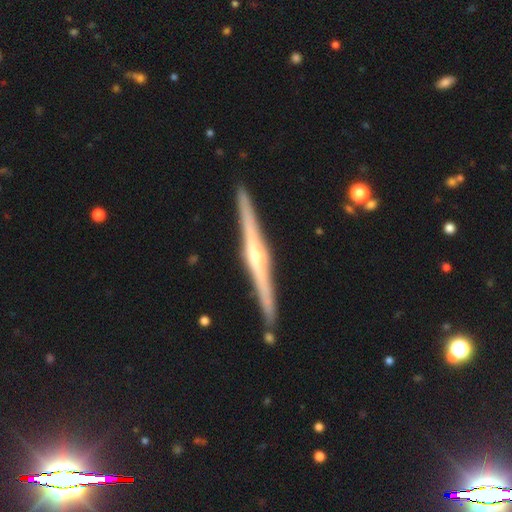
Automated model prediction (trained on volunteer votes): Smooth or featured?
  - featured or disk: 81% *
  - smooth: 14%
  - star or artifact: 5%
Edge-on disk?
  - yes: 98% *
  - no: 2%
Edge-on bulge?
  - rounded: 82% *
  - boxy: 9%
  - none: 9%
Merging?
  - none: 90% *
  - minor disturbance: 7%
  - merger: 2%
  - major disturbance: 1%